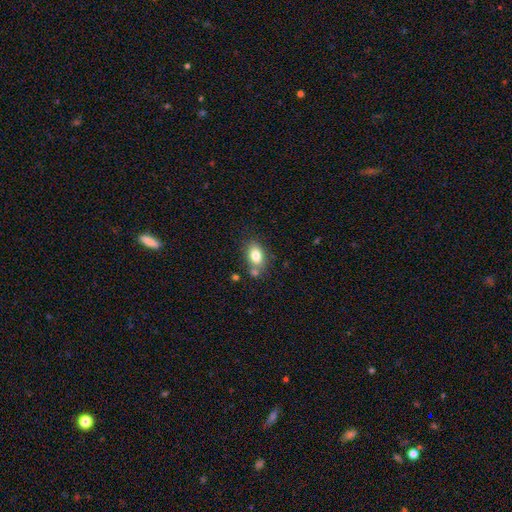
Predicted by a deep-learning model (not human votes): Smooth or featured?
  - smooth: 81% *
  - featured or disk: 11%
  - star or artifact: 8%
How rounded?
  - in between: 85% *
  - round: 14%
  - cigar-shaped: 2%
Merging?
  - none: 66% *
  - merger: 15%
  - minor disturbance: 15%
  - major disturbance: 4%